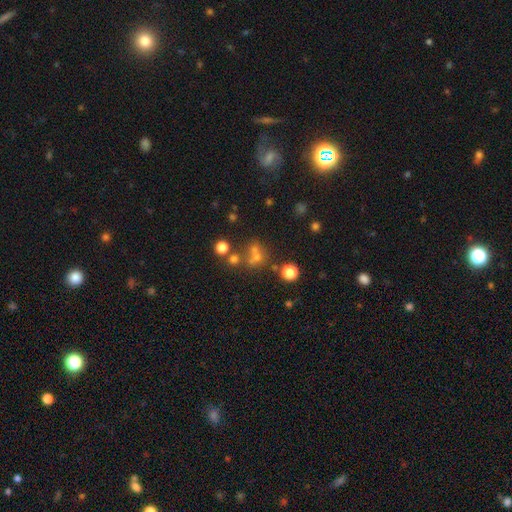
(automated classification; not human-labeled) smooth_or_featured: smooth (p=0.48) [alt: star or artifact p=0.35]
merging: none (p=0.50) [alt: merger p=0.35]